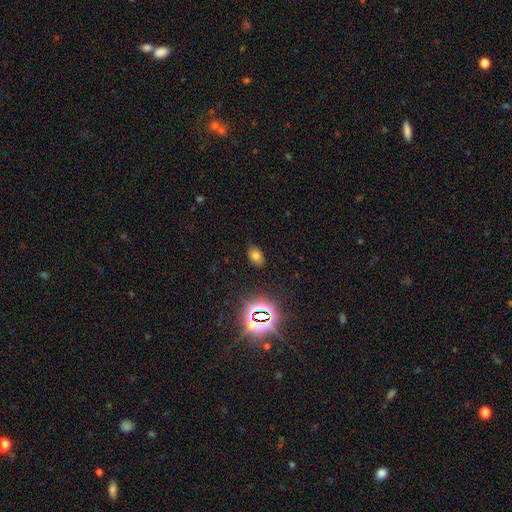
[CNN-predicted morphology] Q: Smooth or featured?
A: smooth (69%); runner-up: star or artifact (23%)
Q: How rounded?
A: in between (82%); runner-up: round (17%)
Q: Merging?
A: none (84%); runner-up: minor disturbance (11%)